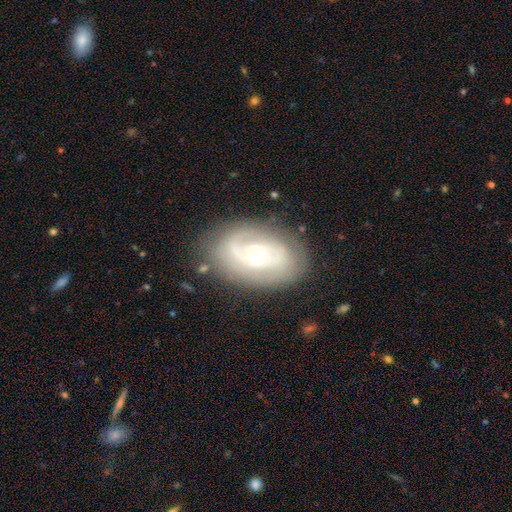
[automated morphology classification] Overall: featured or disk (75%). Edge-on disk: no (95%). Bar: no (44%; weak 41%). Spiral arms: yes (79%). Spiral arm count: 2 (50%; can't tell 29%). Spiral winding: tight (48%; medium 35%). Bulge size: moderate (61%; small 33%). Merging: none (75%).